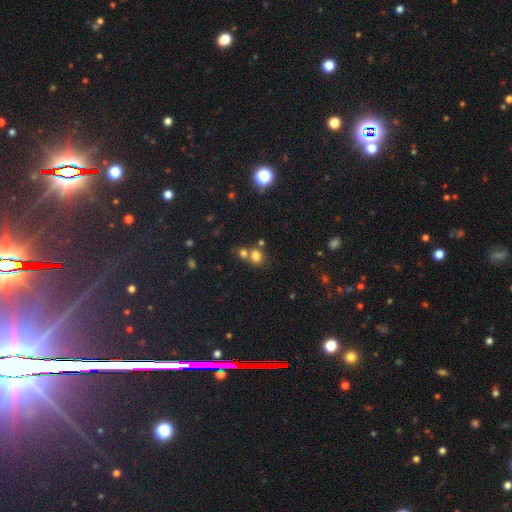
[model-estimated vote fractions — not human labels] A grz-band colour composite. It shows a smooth galaxy with no disk features (76%) that is round (73%). Merging: none (45%).